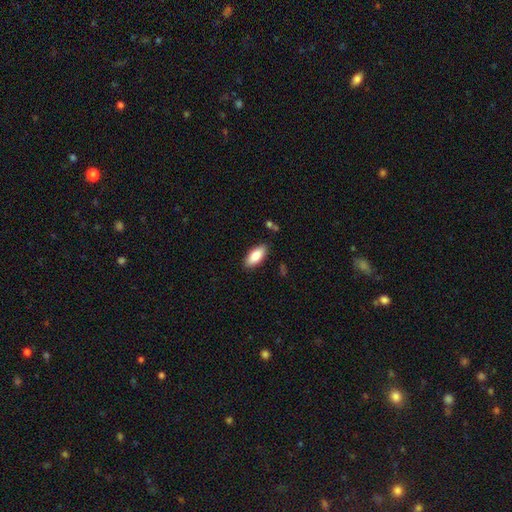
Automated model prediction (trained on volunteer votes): The model was most divided on "smooth or featured": smooth: 83%, featured or disk: 11%, star or artifact: 6%. More confident: how rounded — in between (87%); merging — none (87%).